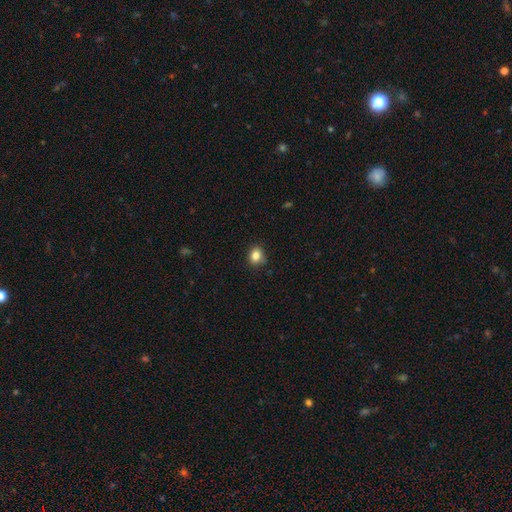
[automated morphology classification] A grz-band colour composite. It shows a smooth galaxy with no disk features (83%) that is round (61%). Merging: none (82%).